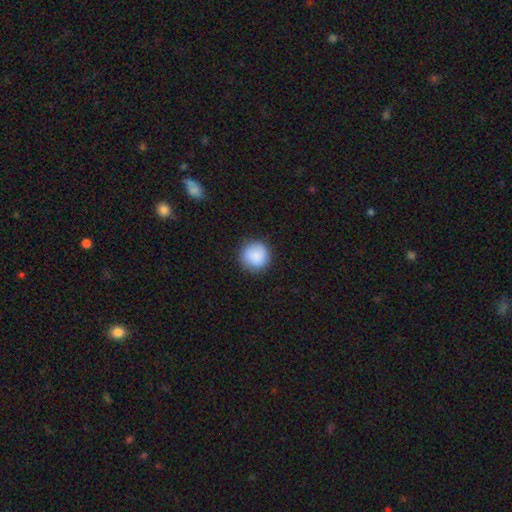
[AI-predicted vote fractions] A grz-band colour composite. It shows a smooth galaxy with no disk features (89%) that is round (94%). Merging: none (88%).